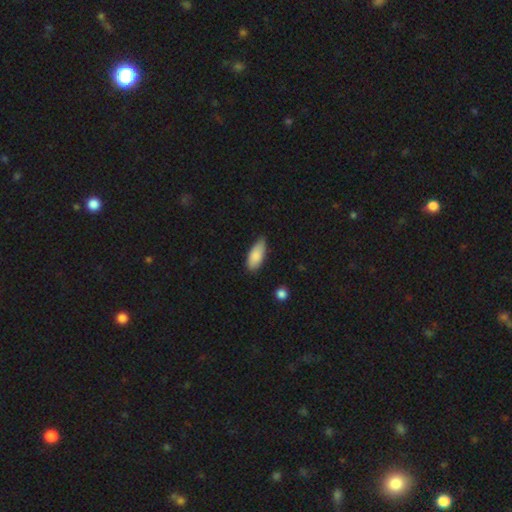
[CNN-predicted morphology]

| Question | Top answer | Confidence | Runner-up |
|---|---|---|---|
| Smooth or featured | smooth | 85% | featured or disk (9%) |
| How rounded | in between | 85% | cigar-shaped (13%) |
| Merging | none | 67% | minor disturbance (28%) |